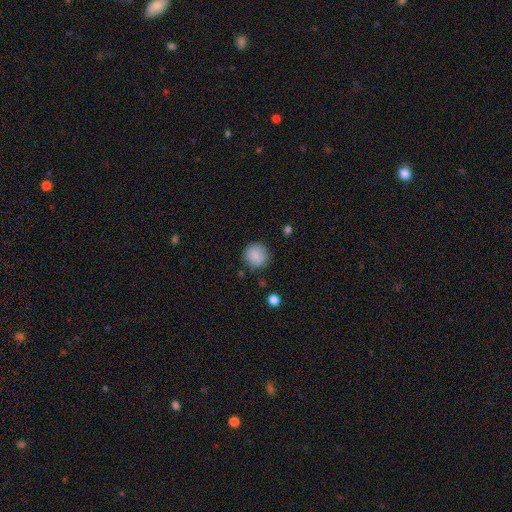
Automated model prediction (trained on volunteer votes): Q: Smooth or featured?
A: smooth (87%); runner-up: star or artifact (8%)
Q: How rounded?
A: round (91%); runner-up: in between (8%)
Q: Merging?
A: none (85%); runner-up: minor disturbance (10%)